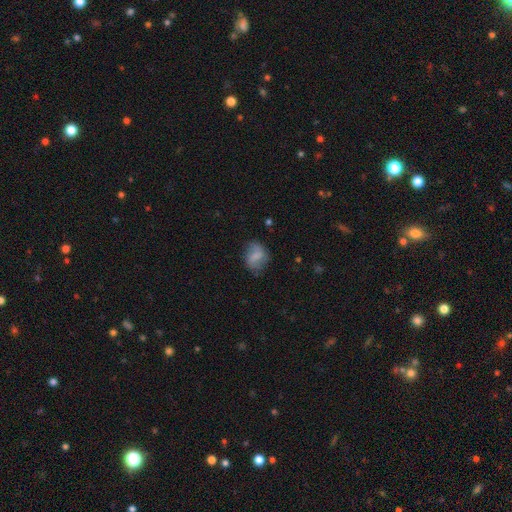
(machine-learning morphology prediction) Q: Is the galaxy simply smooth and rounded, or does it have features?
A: smooth — 62%.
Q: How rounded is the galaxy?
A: in between — 58%.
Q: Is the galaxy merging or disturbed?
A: none — 63%.